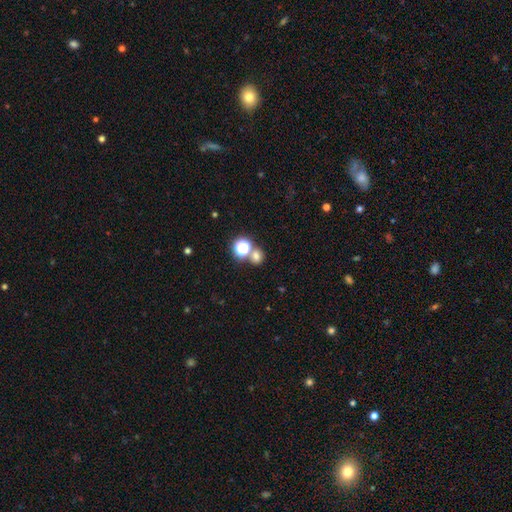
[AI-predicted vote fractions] Smooth or featured? smooth (65%)
How rounded? round (73%)
Merging? none (62%)